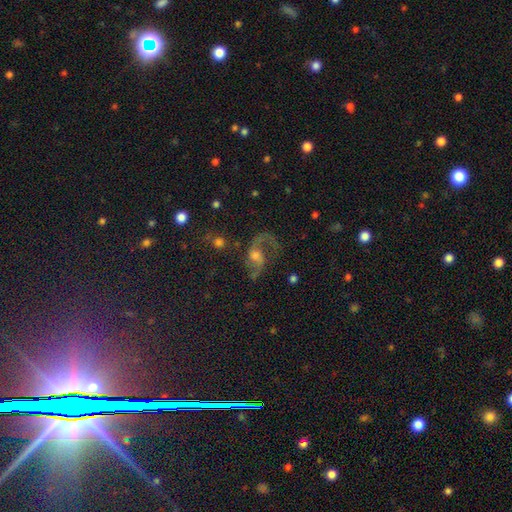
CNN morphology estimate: A featured or disk galaxy (71%) with no bar (63%), 2 (76%) loose (49%) spiral arms (91%) and a moderate central bulge (55%). Merging: none (56%).